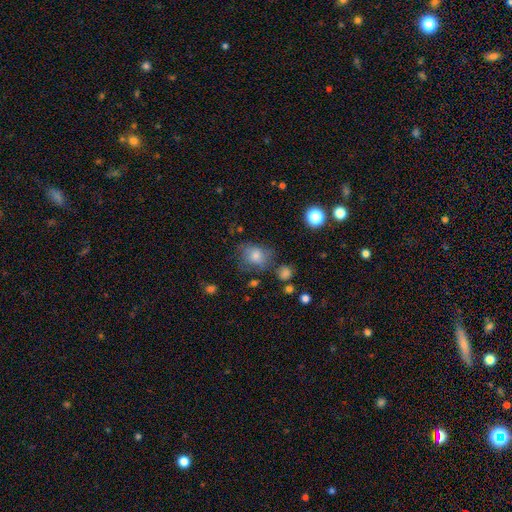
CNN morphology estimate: smooth-or-featured: smooth: 65% | featured or disk: 20% | star or artifact: 15%
  how-rounded: round: 54% | in between: 44% | cigar-shaped: 1%
  merging: none: 57% | minor disturbance: 25% | major disturbance: 14% | merger: 5%